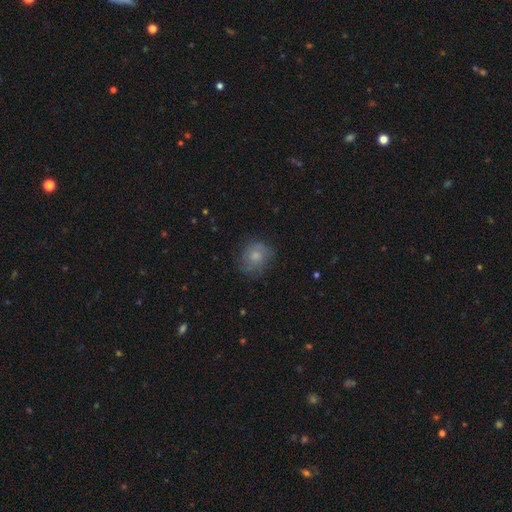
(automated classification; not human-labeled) smooth 65%, featured or disk 25%, star or artifact 10%. Down the decision tree: how rounded — round (73%); merging — none (70%).